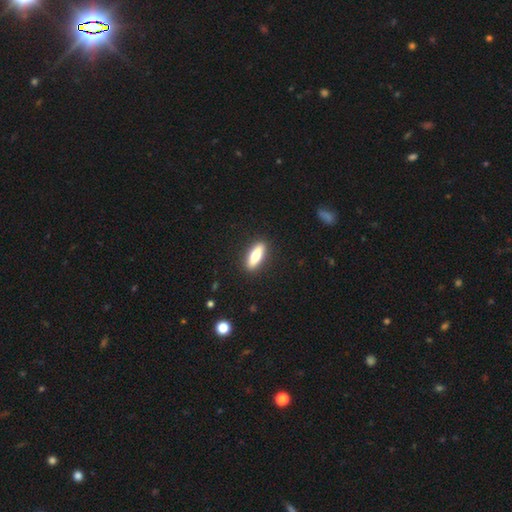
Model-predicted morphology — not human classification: smooth_or_featured: smooth (p=0.69) [alt: featured or disk p=0.25]
how_rounded: cigar-shaped (p=0.50) [alt: in between p=0.47]
merging: none (p=0.90) [alt: minor disturbance p=0.07]